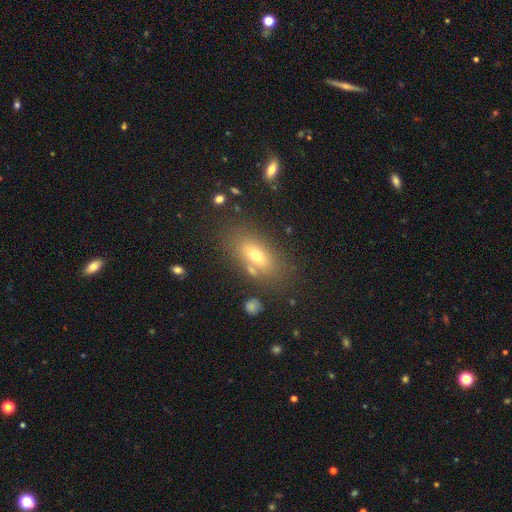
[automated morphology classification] Overall: smooth (65%). How rounded: in between (81%). Merging: none (74%).